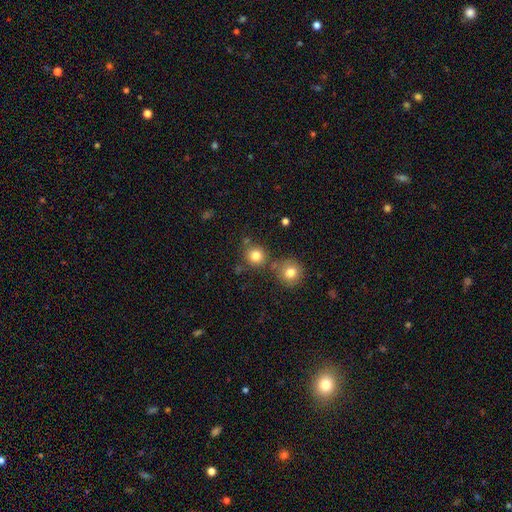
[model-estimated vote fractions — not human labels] Smooth or featured?
  - smooth: 81% *
  - star or artifact: 12%
  - featured or disk: 7%
How rounded?
  - round: 90% *
  - in between: 9%
  - cigar-shaped: 1%
Merging?
  - none: 72% *
  - merger: 16%
  - minor disturbance: 9%
  - major disturbance: 3%